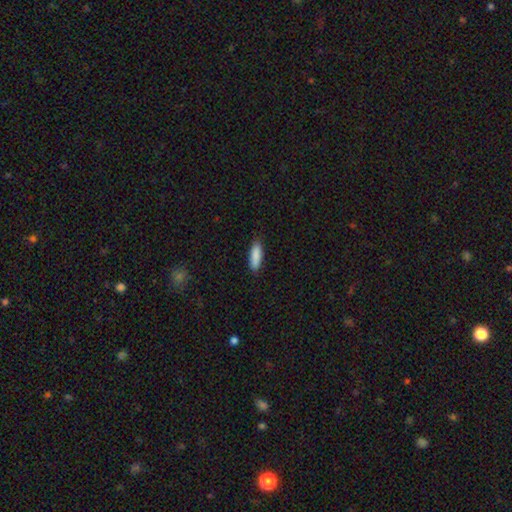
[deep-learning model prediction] This appears to be a smooth galaxy with no disk features (88%) that is in between round and cigar-shaped (51%). Merging: none (87%).